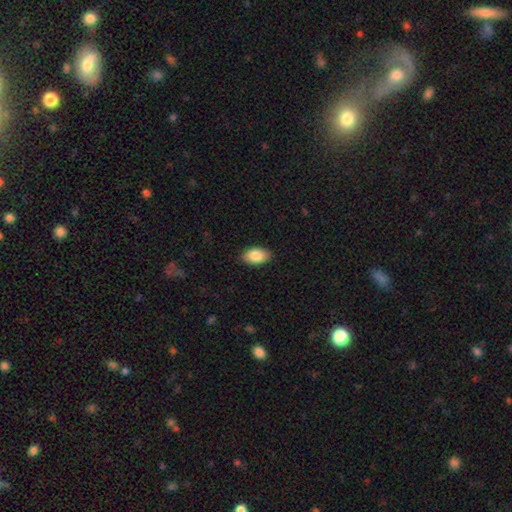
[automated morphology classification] A smooth galaxy with no disk features (87%) that is in between round and cigar-shaped (93%). Merging: none (88%).